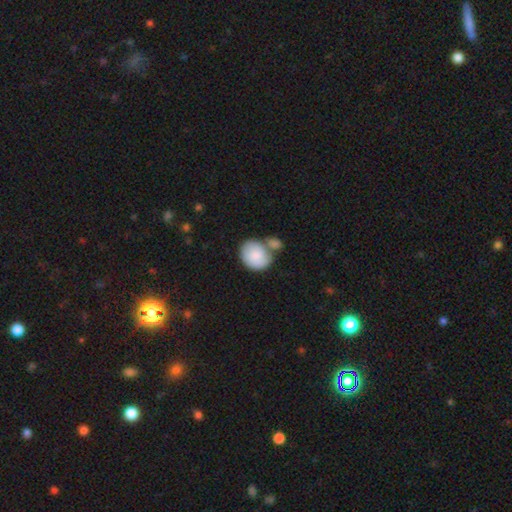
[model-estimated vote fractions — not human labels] Overall: smooth (76%). How rounded: round (58%; in between 41%). Merging: merger (43%; none 34%).